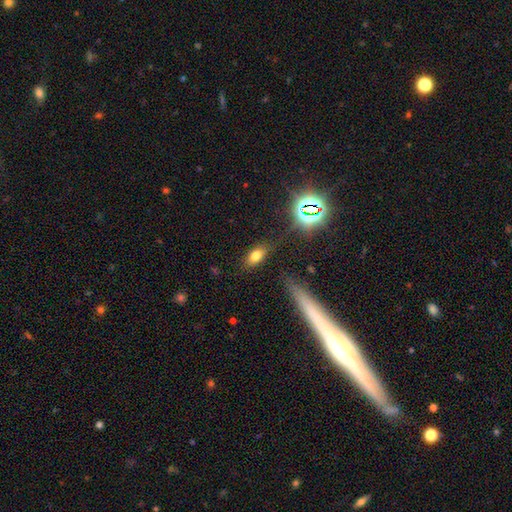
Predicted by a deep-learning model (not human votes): Smooth or featured? Predicted: smooth (p=0.73). How rounded? Predicted: in between (p=0.85). Merging? Predicted: none (p=0.80).